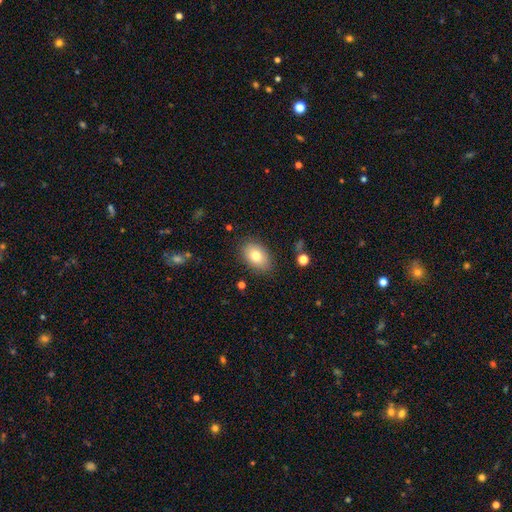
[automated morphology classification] Smooth or featured? smooth (79%)
How rounded? in between (86%)
Merging? none (84%)